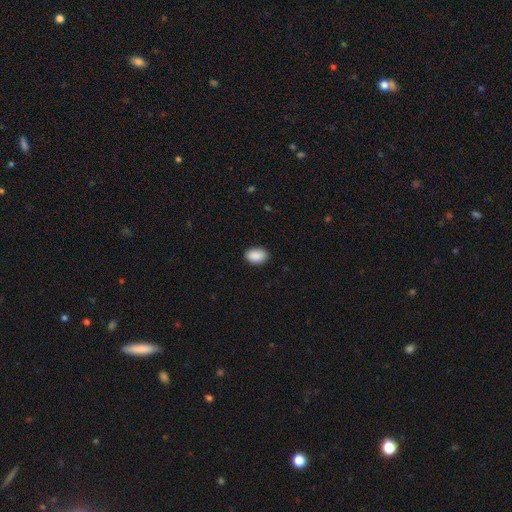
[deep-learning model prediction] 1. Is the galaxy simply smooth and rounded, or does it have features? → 90% smooth, 7% star or artifact, 3% featured or disk.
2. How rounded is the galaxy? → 88% in between, 11% round, 1% cigar-shaped.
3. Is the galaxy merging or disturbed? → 88% none, 9% minor disturbance, 2% major disturbance, 1% merger.